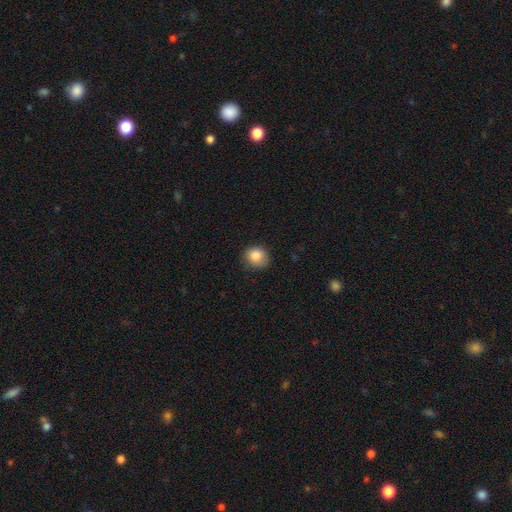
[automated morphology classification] This appears to be a smooth galaxy with no disk features (85%) that is round (74%). Merging: none (77%).